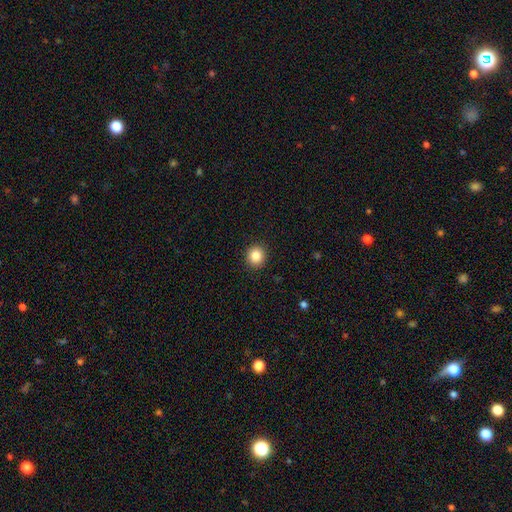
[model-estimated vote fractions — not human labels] smooth_or_featured: smooth (p=0.85) [alt: star or artifact p=0.10]
how_rounded: round (p=0.90) [alt: in between p=0.09]
merging: none (p=0.92) [alt: minor disturbance p=0.05]